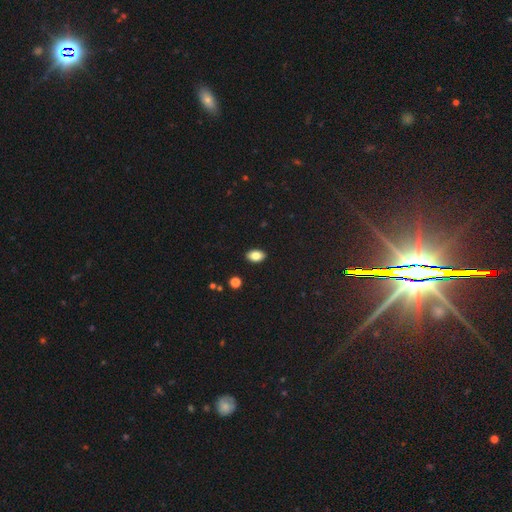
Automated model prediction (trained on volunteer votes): This appears to be a smooth galaxy with no disk features (83%) that is in between round and cigar-shaped (89%). Merging: none (90%).